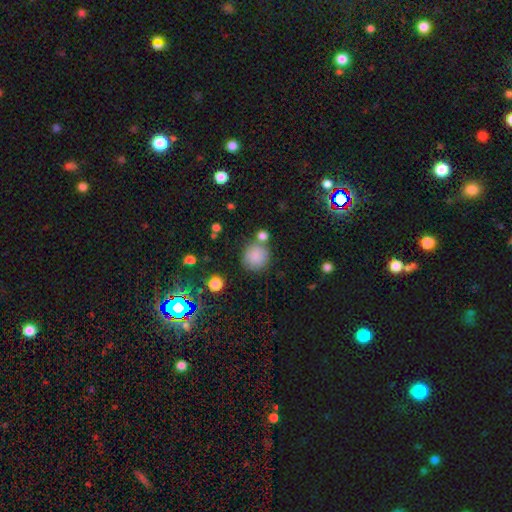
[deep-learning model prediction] The model was most divided on "merging": none: 71%, merger: 13%, minor disturbance: 11%, major disturbance: 4%. More confident: how rounded — round (91%); smooth or featured — smooth (84%).